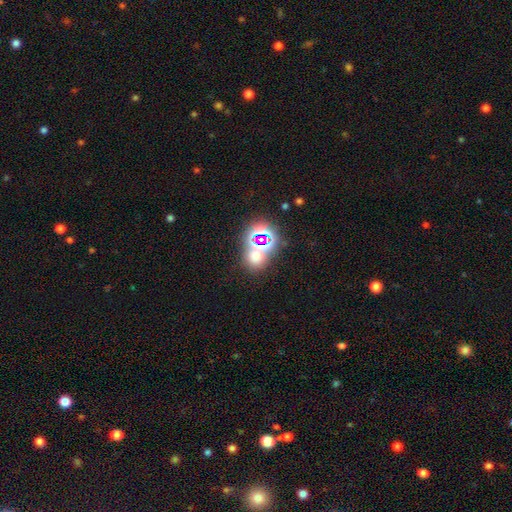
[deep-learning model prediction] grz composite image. It shows a star or artifact, not a galaxy (45%, tied with smooth).